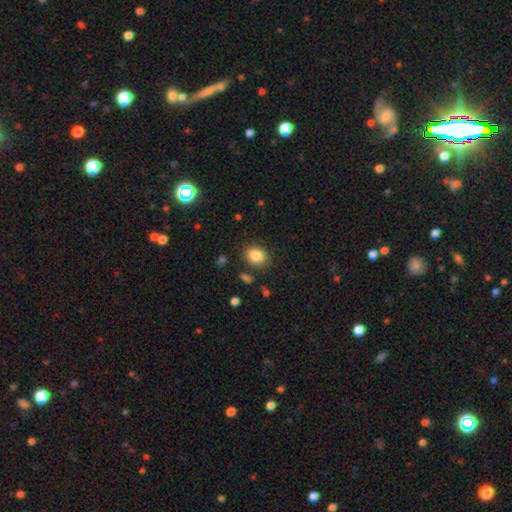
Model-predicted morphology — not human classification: Smooth or featured? smooth (85%)
How rounded? in between (54%)
Merging? none (83%)